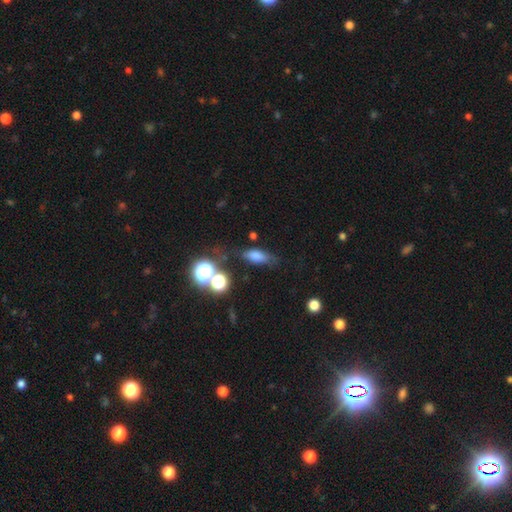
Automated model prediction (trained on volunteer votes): A smooth galaxy with no disk features (70%) that is in between round and cigar-shaped (66%).

Vote fractions:
- Smooth or featured? smooth: 70% / star or artifact: 15% / featured or disk: 15%
- How rounded? in between: 66% / cigar-shaped: 23% / round: 11%
- Merging? none: 65% / minor disturbance: 20% / major disturbance: 8% / merger: 7%